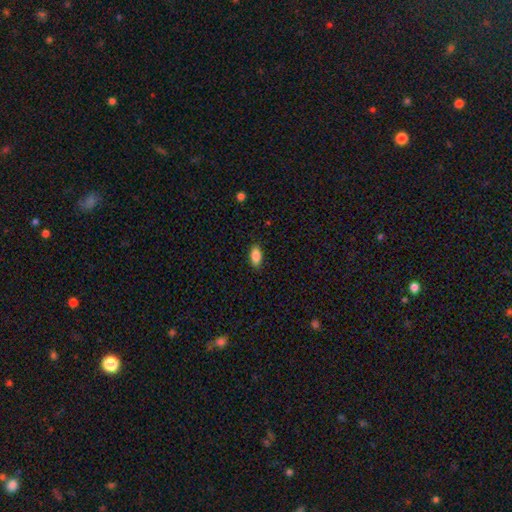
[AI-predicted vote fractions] Smooth or featured? smooth (87%)
How rounded? in between (89%)
Merging? none (88%)